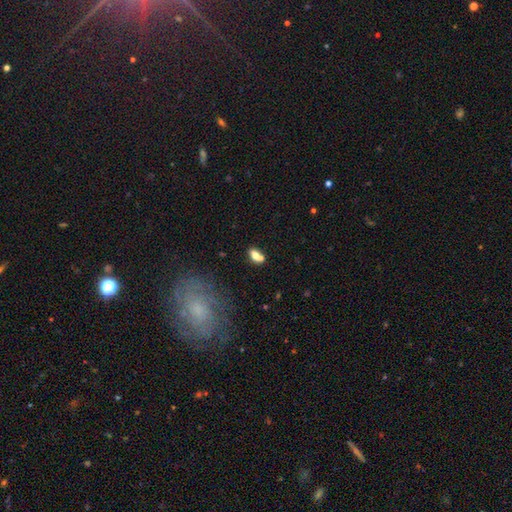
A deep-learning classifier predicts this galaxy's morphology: Smooth or featured? smooth (74%)
How rounded? in between (84%)
Merging? none (52%)